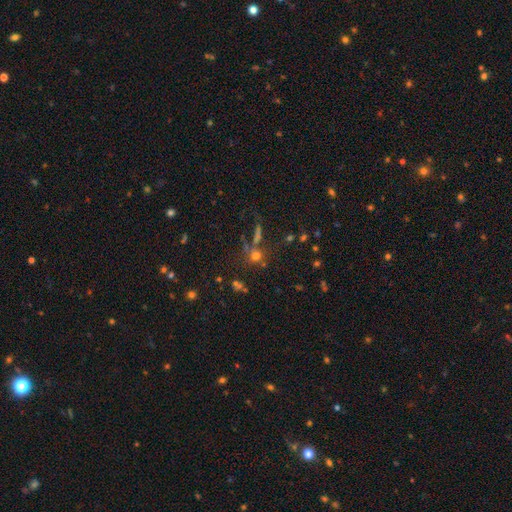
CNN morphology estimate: This is likely a smooth galaxy (62%). How rounded: clearly round (87%). Merging: likely none (66%).